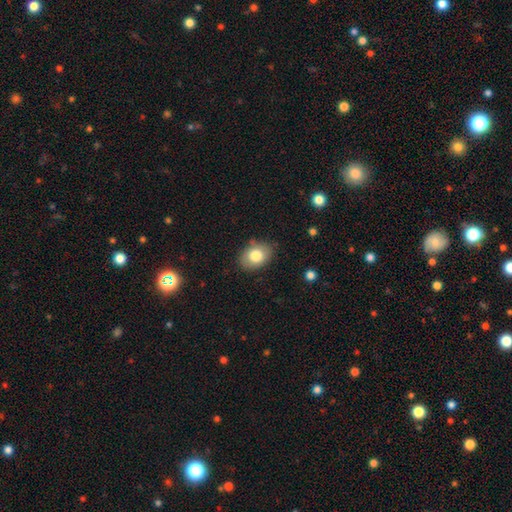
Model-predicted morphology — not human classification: smooth-or-featured: smooth: 79% | featured or disk: 14% | star or artifact: 8%
  how-rounded: in between: 76% | round: 23% | cigar-shaped: 1%
  merging: none: 82% | minor disturbance: 14% | major disturbance: 3% | merger: 1%